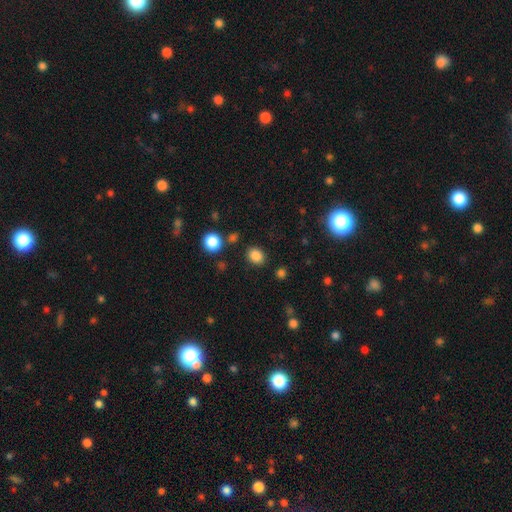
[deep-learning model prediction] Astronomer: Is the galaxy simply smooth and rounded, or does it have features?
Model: smooth — 85%.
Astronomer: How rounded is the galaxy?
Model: in between — 50% (runner-up: round, 49%).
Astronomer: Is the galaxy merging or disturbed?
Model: none — 83%.